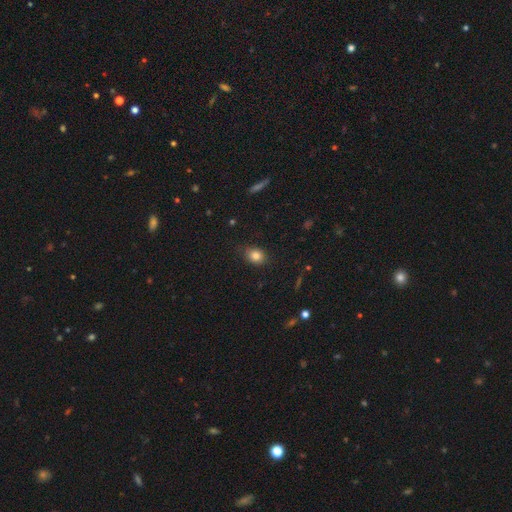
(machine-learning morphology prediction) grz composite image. It shows a smooth galaxy with no disk features (82%) that is in between round and cigar-shaped (51%). Merging: none (81%).